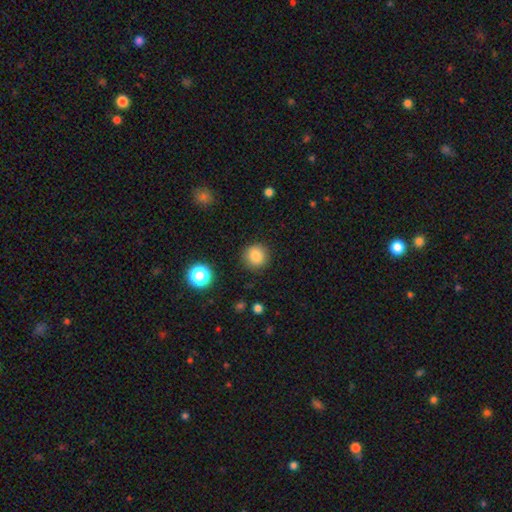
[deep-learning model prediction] Morphology: type=smooth (84%); roundness=round (93%); merging=none (89%).